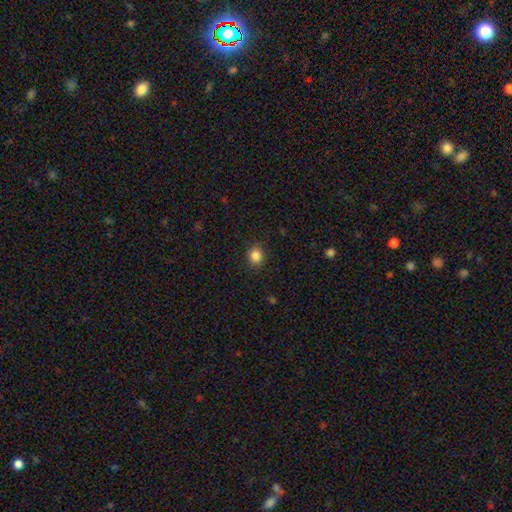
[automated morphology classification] Smooth or featured: smooth — 85% (star or artifact — 11%)
How rounded: round — 86% (in between — 13%)
Merging: none — 90% (minor disturbance — 7%)